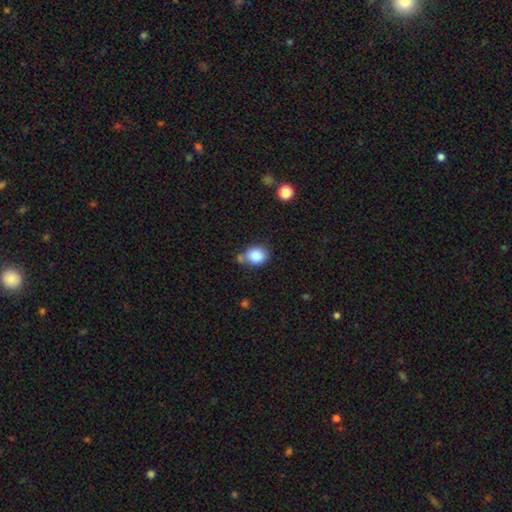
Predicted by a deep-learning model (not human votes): Overall: smooth (86%). How rounded: round (60%; in between 39%). Merging: none (55%; minor disturbance 22%).